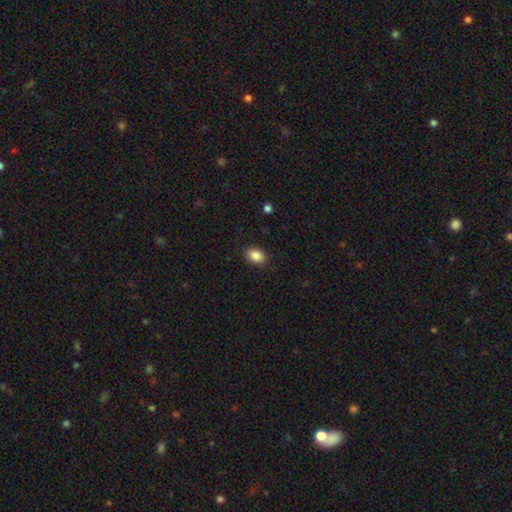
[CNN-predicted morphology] Q: Smooth or featured?
A: smooth (87%); runner-up: star or artifact (9%)
Q: How rounded?
A: in between (74%); runner-up: round (24%)
Q: Merging?
A: none (89%); runner-up: minor disturbance (8%)